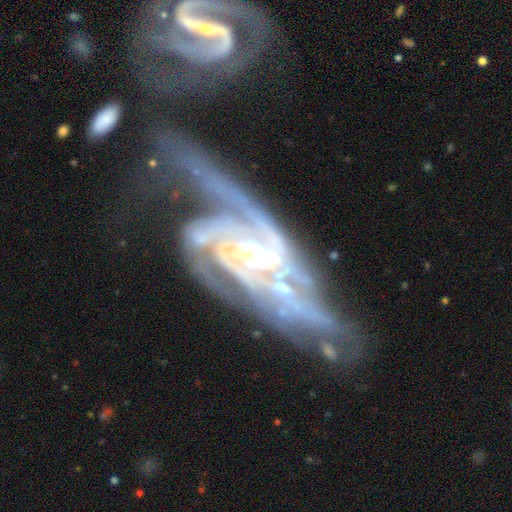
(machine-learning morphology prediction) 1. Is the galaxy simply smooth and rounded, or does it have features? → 91% featured or disk, 6% star or artifact, 3% smooth.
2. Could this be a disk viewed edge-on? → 95% no, 5% yes.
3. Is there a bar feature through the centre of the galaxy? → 47% no, 32% weak, 21% strong.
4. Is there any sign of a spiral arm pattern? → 98% yes, 2% no.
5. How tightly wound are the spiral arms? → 54% tight, 37% medium, 9% loose.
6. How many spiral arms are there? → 31% 2, 29% 3, 16% can't tell, 11% 4, 7% more than 4, 6% 1.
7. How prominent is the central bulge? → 49% moderate, 42% small, 5% large, 3% none, 1% dominant.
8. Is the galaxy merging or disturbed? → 30% major disturbance, 29% none, 22% merger, 19% minor disturbance.